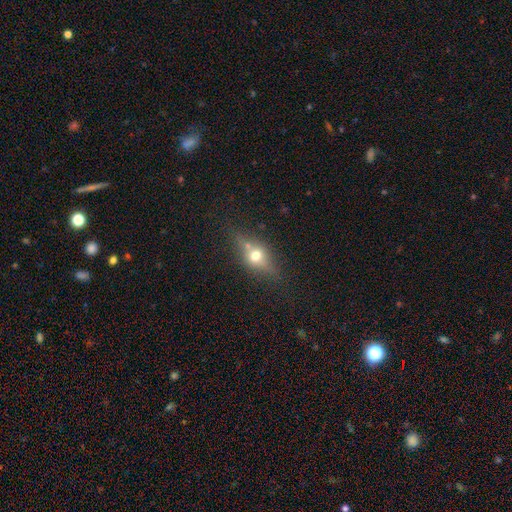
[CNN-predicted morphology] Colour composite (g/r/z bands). It shows a smooth galaxy with no disk features (49%). Merging: none (69%).